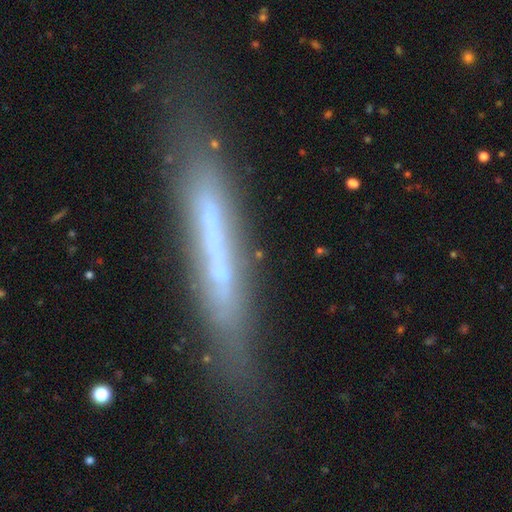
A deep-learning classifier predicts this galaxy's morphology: The model was most divided on "smooth or featured": featured or disk: 54%, smooth: 35%, star or artifact: 11%. More confident: edge-on disk — yes (84%); merging — none (75%).